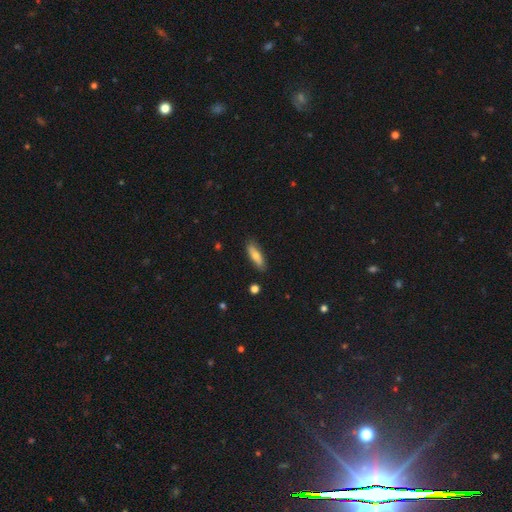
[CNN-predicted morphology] Smooth or featured: smooth — 73% (featured or disk — 21%)
How rounded: in between — 50% (cigar-shaped — 47%)
Merging: none — 84% (minor disturbance — 13%)